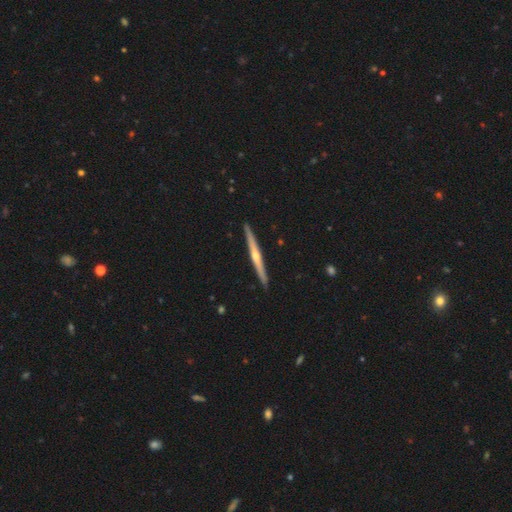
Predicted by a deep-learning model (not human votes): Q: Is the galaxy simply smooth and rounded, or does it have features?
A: featured or disk — 76%.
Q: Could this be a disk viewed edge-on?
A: yes — 98%.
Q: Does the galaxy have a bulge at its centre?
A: rounded — 85%.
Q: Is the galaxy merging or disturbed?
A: none — 93%.